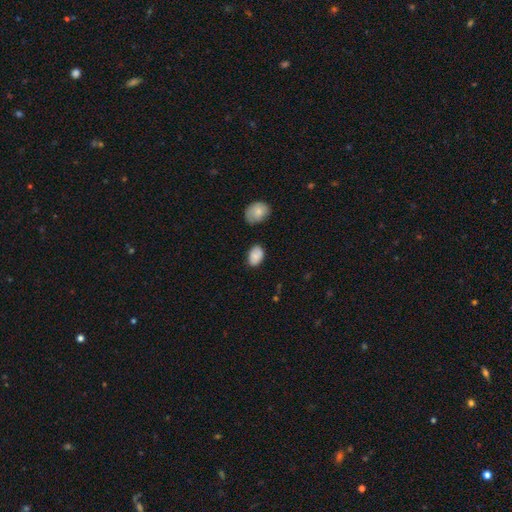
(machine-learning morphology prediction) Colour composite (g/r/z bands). It shows a smooth galaxy with no disk features (83%) that is in between round and cigar-shaped (88%). Merging: none (72%).